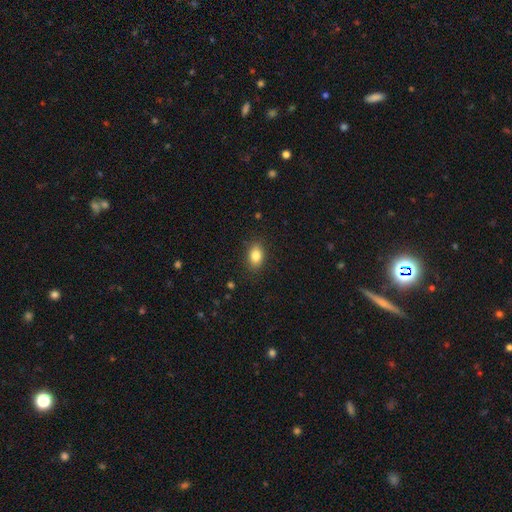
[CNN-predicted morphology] Smooth or featured? smooth (84%)
How rounded? in between (81%)
Merging? none (87%)